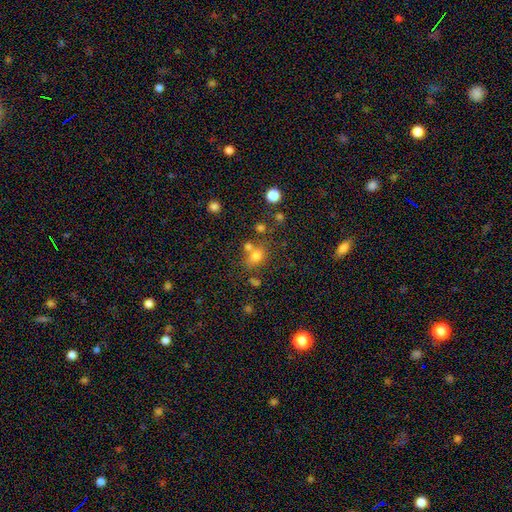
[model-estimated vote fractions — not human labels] Morphology: type=smooth (74%); roundness=in between (55%); merging=none (55%).